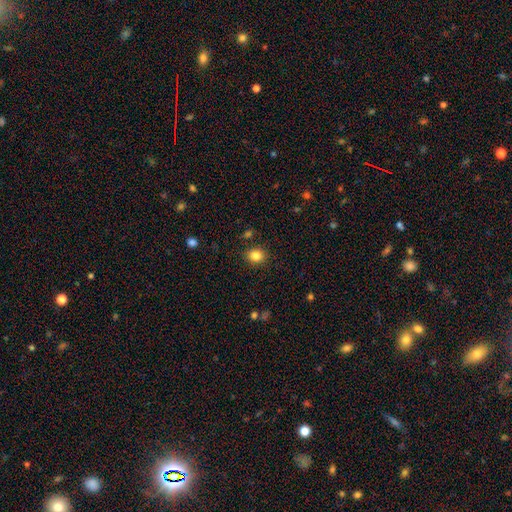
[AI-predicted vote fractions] Overall: smooth (84%). How rounded: round (63%; in between 37%). Merging: none (87%).